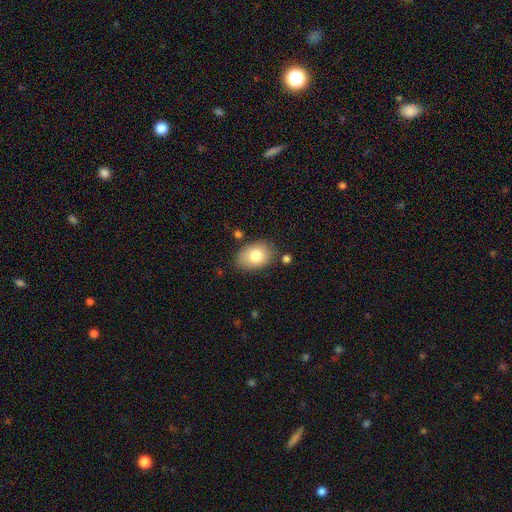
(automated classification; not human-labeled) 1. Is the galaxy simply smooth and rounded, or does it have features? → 80% smooth, 12% featured or disk, 8% star or artifact.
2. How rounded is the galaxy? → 79% in between, 20% round, 1% cigar-shaped.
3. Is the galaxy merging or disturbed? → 80% none, 14% minor disturbance, 4% merger, 3% major disturbance.